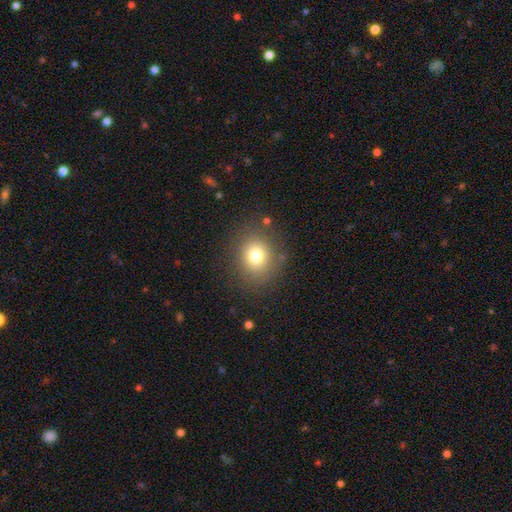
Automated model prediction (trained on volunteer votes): This is likely a smooth galaxy (76%). How rounded: likely round (74%). Merging: clearly none (83%).